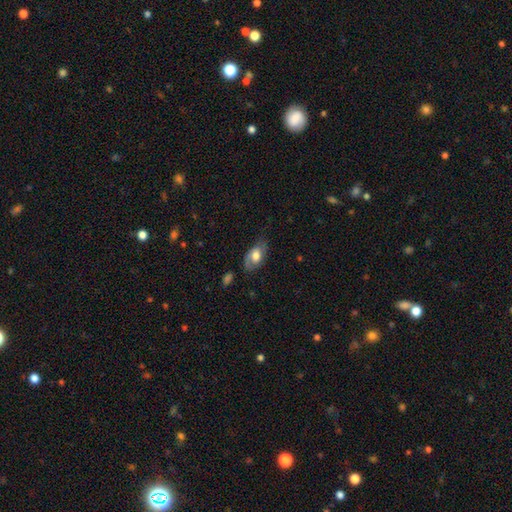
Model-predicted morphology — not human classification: smooth-or-featured: smooth: 57% | featured or disk: 36% | star or artifact: 7%
  how-rounded: in between: 90% | round: 7% | cigar-shaped: 3%
  merging: none: 58% | minor disturbance: 29% | major disturbance: 11% | merger: 2%